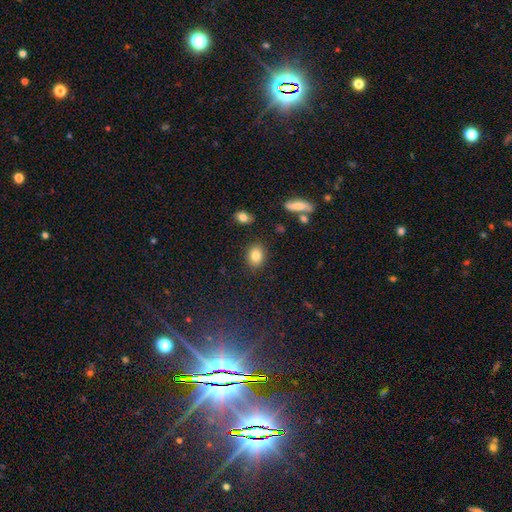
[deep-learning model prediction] Smooth or featured? smooth (83%)
How rounded? in between (58%)
Merging? none (86%)